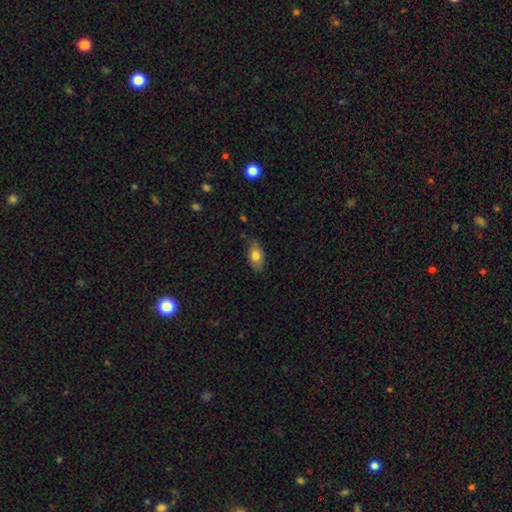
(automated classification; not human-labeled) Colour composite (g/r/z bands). It shows a smooth galaxy with no disk features (77%) that is in between round and cigar-shaped (89%). Merging: none (76%).